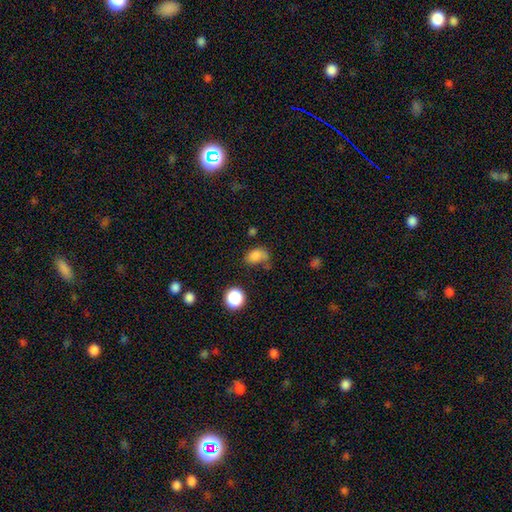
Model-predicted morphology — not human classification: The model was most divided on "merging": none: 47%, minor disturbance: 26%, major disturbance: 15%, merger: 12%. More confident: smooth or featured — smooth (80%); how rounded — in between (75%).